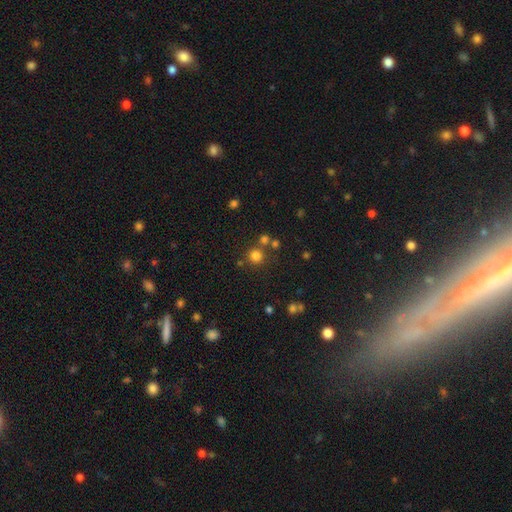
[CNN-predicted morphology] type=smooth (77%); roundness=round (93%); merging=none (75%).